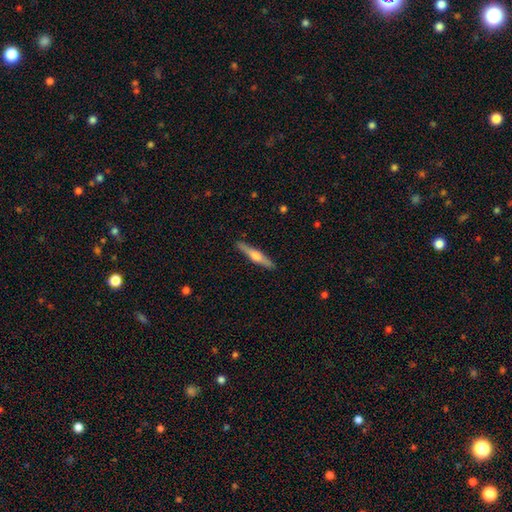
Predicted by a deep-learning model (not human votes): Overall: featured or disk (58%; smooth 36%). Edge-on disk: yes (97%). Edge-on bulge: rounded (88%). Merging: none (90%).